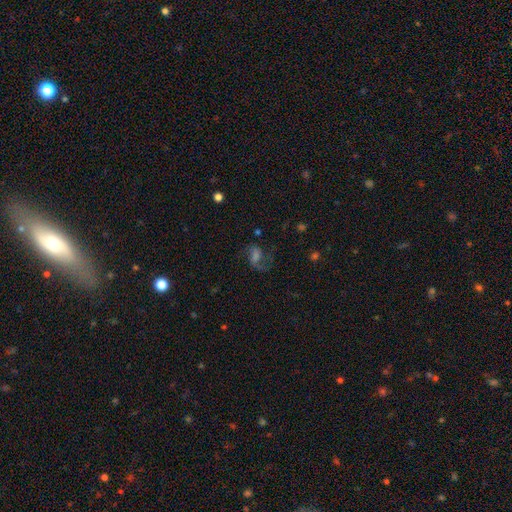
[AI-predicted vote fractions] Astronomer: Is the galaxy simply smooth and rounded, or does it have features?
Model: featured or disk — 59%.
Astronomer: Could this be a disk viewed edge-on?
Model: no — 96%.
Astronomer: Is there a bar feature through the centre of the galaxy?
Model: no — 43% (runner-up: weak, 42%).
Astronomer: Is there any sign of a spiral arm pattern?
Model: yes — 88%.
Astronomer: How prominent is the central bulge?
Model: none — 31% (runner-up: moderate, 26%).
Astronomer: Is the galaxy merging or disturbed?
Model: none — 55%.